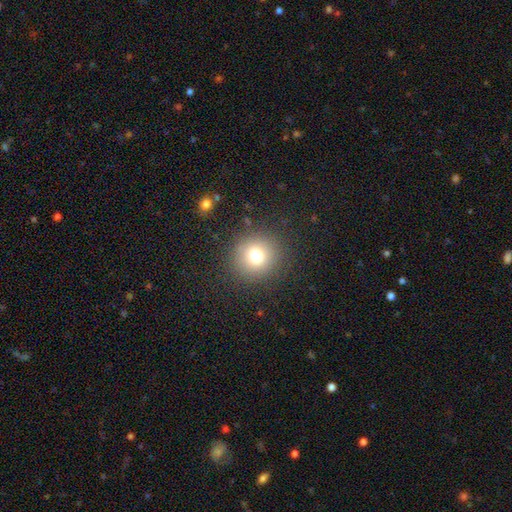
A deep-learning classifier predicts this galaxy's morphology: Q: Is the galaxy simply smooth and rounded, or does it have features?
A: smooth — 74%.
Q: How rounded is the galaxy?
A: round — 92%.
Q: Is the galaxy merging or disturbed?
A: none — 88%.